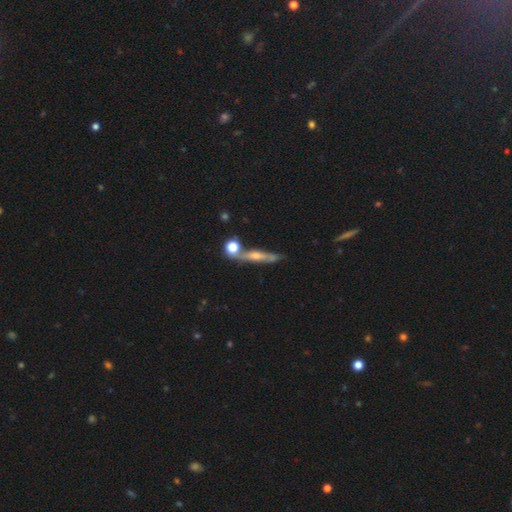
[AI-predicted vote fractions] Morphology: type=featured or disk (55%); edge-on=yes (81%); merging=none (62%).